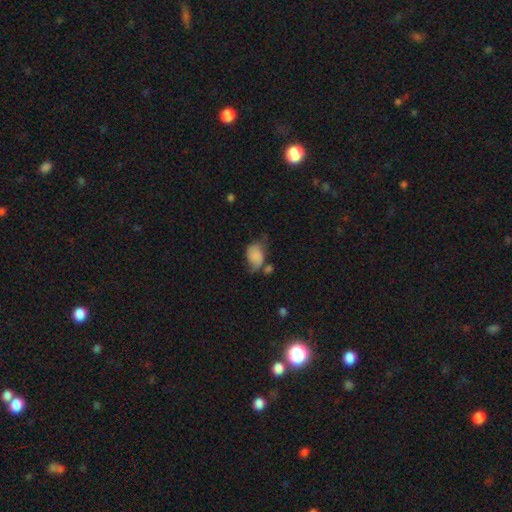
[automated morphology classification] Smooth or featured?
  - smooth: 69% *
  - featured or disk: 22%
  - star or artifact: 9%
How rounded?
  - in between: 76% *
  - round: 23%
  - cigar-shaped: 1%
Merging?
  - minor disturbance: 33% *
  - none: 32%
  - major disturbance: 22%
  - merger: 13%